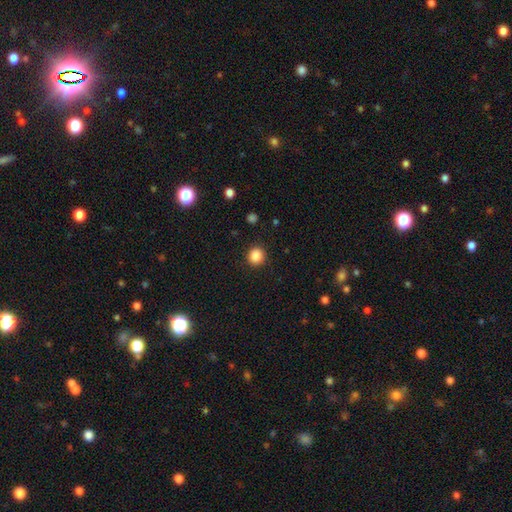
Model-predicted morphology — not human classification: Q: Smooth or featured?
A: smooth (86%); runner-up: star or artifact (10%)
Q: How rounded?
A: round (91%); runner-up: in between (8%)
Q: Merging?
A: none (91%); runner-up: minor disturbance (6%)